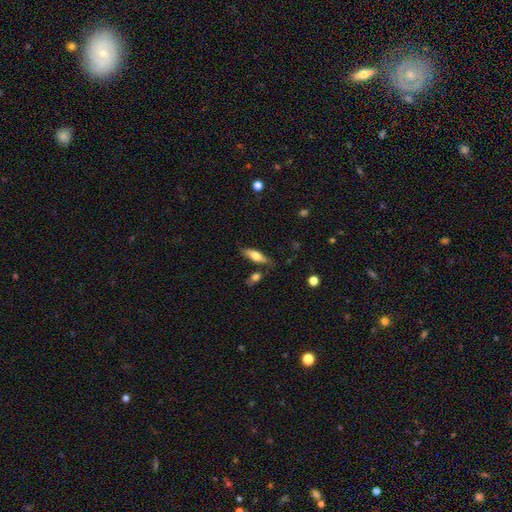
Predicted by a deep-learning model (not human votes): smooth_or_featured: smooth (p=0.61) [alt: featured or disk p=0.32]
how_rounded: in between (p=0.53) [alt: cigar-shaped p=0.44]
merging: none (p=0.72) [alt: minor disturbance p=0.17]